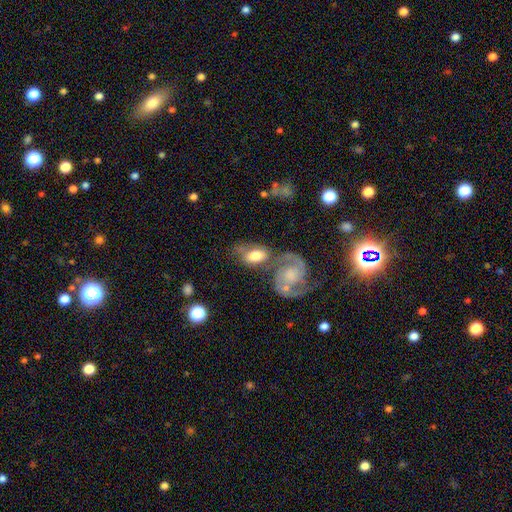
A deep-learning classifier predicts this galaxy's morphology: Q: Smooth or featured?
A: smooth (47%); runner-up: featured or disk (46%)
Q: Merging?
A: merger (37%); runner-up: none (33%)